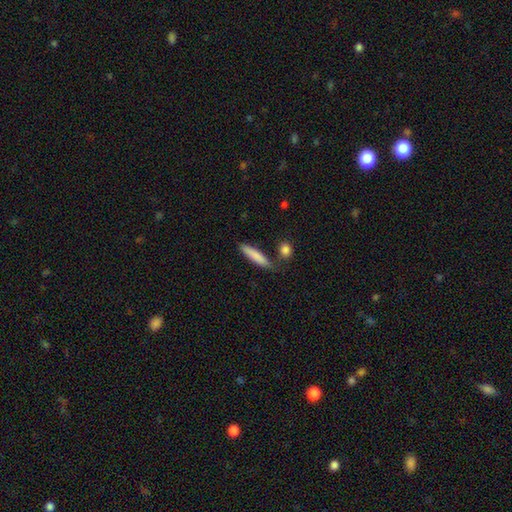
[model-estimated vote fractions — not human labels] A smooth galaxy with no disk features (83%) that is cigar-shaped (81%). Merging: none (75%).